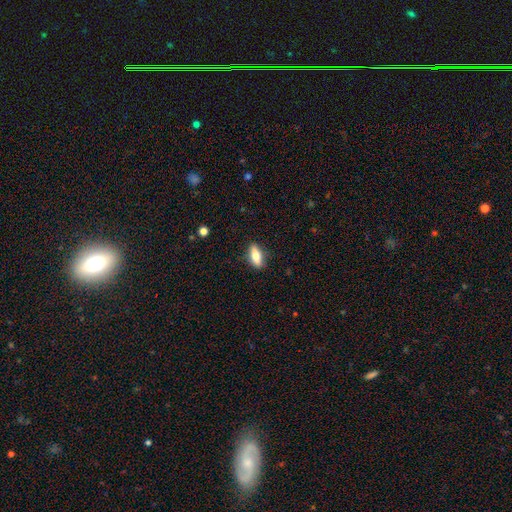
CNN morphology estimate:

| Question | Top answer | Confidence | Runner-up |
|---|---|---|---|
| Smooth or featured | smooth | 69% | featured or disk (24%) |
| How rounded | in between | 69% | cigar-shaped (28%) |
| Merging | none | 86% | minor disturbance (10%) |